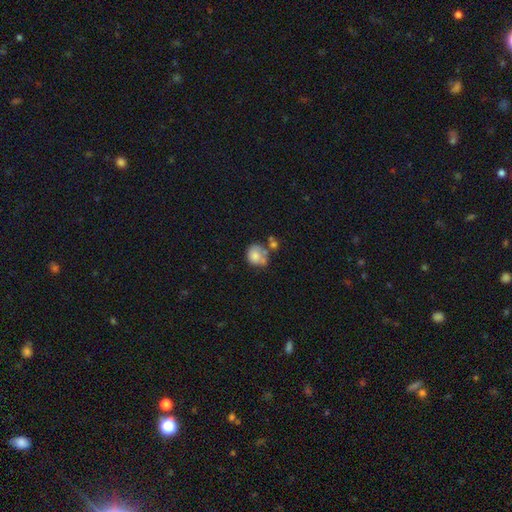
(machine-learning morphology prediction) A smooth galaxy with no disk features (72%) that is round (64%).

Vote fractions:
- Smooth or featured? smooth: 72% / featured or disk: 18% / star or artifact: 9%
- How rounded? round: 64% / in between: 35% / cigar-shaped: 1%
- Merging? none: 34% / merger: 30% / minor disturbance: 23% / major disturbance: 13%